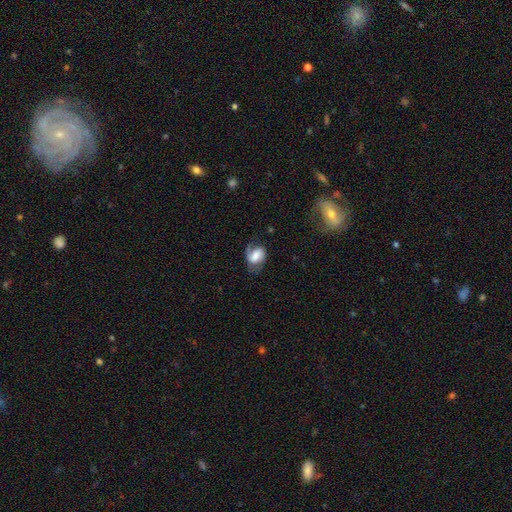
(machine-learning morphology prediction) smooth_or_featured: featured or disk (p=0.52) [alt: smooth p=0.40]
disk_edge_on: no (p=0.97) [alt: yes p=0.03]
bar: weak (p=0.42) [alt: no p=0.33]
has_spiral_arms: yes (p=0.84) [alt: no p=0.16]
bulge_size: moderate (p=0.38) [alt: large p=0.27]
merging: none (p=0.57) [alt: minor disturbance p=0.26]